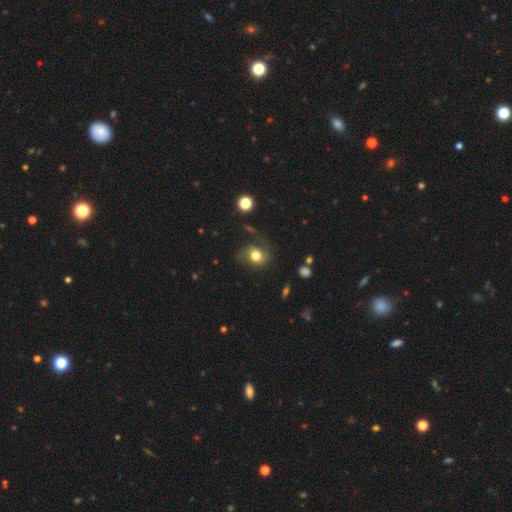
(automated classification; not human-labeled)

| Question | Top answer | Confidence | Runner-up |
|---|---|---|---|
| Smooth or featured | smooth | 72% | featured or disk (18%) |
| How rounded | round | 62% | in between (37%) |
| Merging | none | 59% | minor disturbance (23%) |